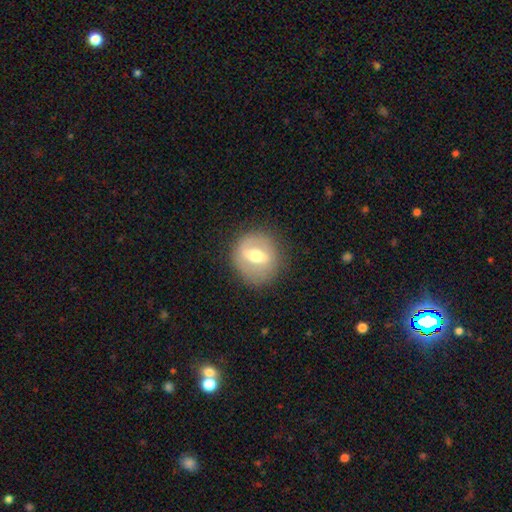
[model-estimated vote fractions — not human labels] featured or disk 57%, smooth 36%, star or artifact 7%. Down the decision tree: edge-on disk — no (89%); bar — strong (46%); spiral arms — no (66%); bulge size — moderate (70%); merging — none (82%).